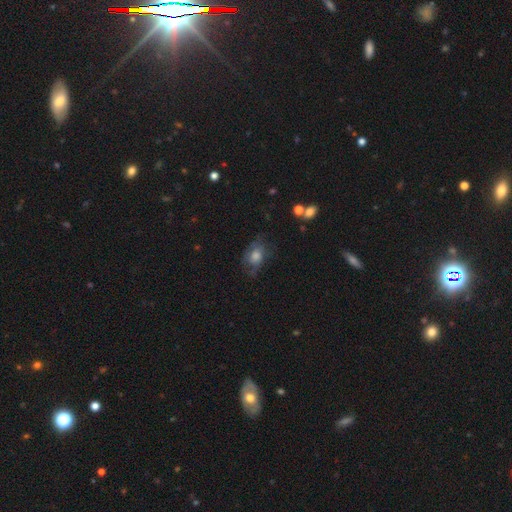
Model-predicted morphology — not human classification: Smooth or featured? Predicted: smooth (p=0.44). Merging? Predicted: none (p=0.58).